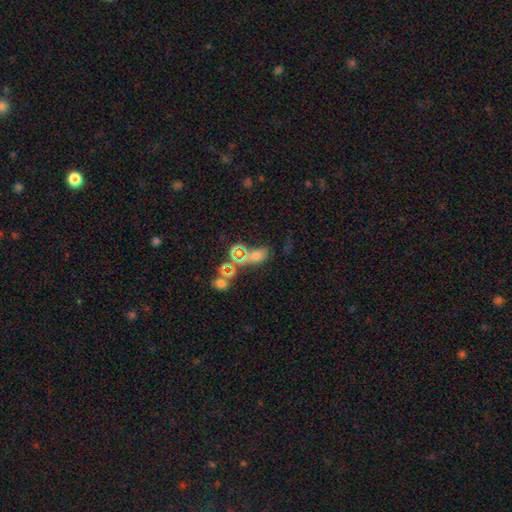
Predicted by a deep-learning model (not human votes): Smooth or featured: smooth — 54% (star or artifact — 33%)
How rounded: in between — 70% (round — 27%)
Merging: none — 48% (merger — 24%)